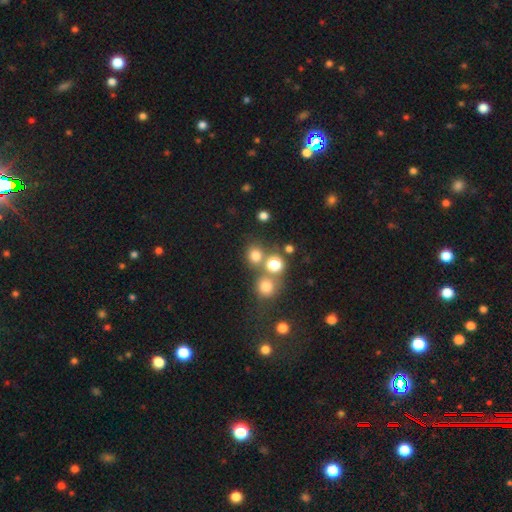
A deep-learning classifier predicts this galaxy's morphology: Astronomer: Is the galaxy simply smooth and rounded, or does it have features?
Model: smooth — 75%.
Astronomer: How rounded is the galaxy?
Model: round — 86%.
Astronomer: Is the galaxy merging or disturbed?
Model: none — 66%.